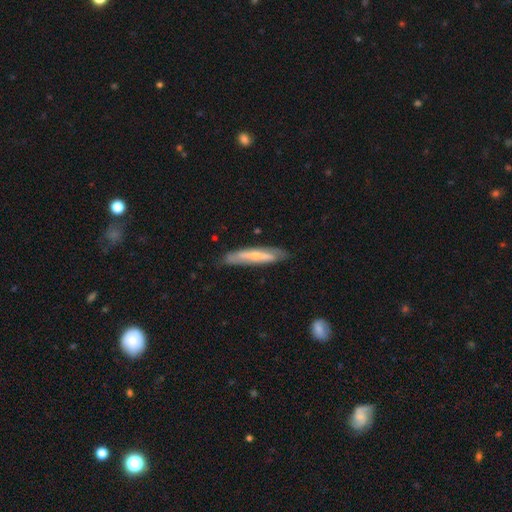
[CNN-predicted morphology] A featured or disk galaxy (54%) viewed edge-on (61%). Merging: none (75%).